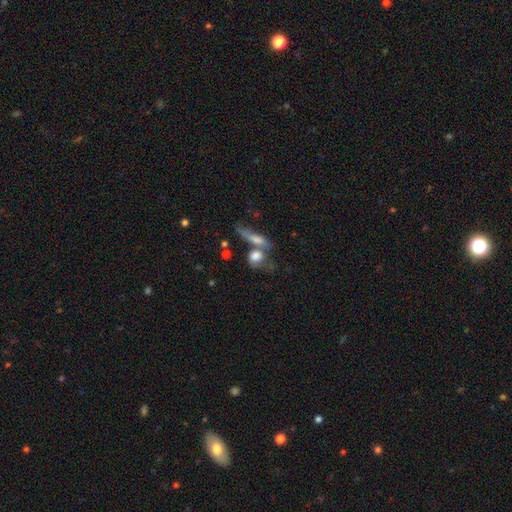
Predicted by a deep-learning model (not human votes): Smooth or featured? Predicted: smooth (p=0.70). How rounded? Predicted: round (p=0.45). Merging? Predicted: merger (p=0.46).